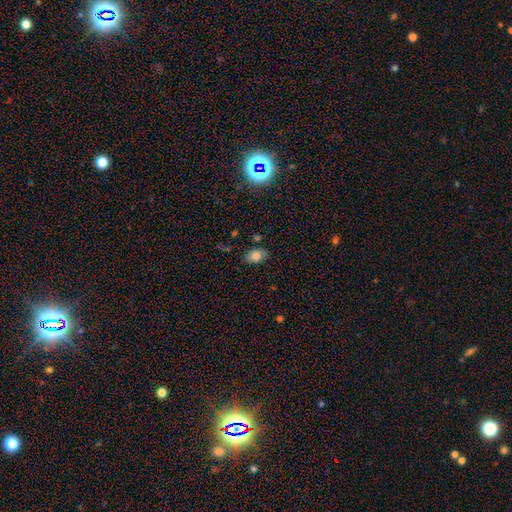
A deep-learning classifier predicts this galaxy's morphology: type=smooth (77%); roundness=in between (87%); merging=none (79%).